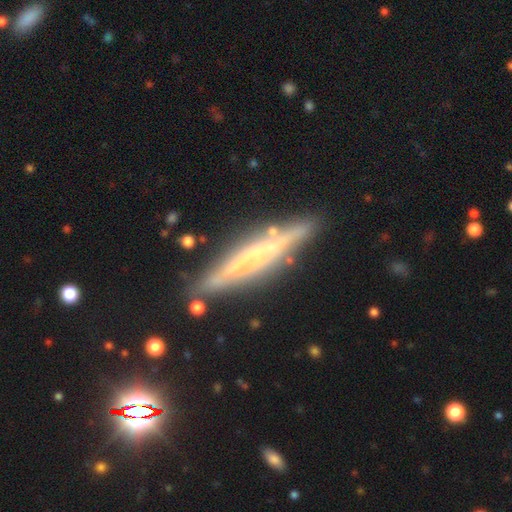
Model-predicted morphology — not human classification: type=featured or disk (72%); edge-on=yes (95%); edge-on bulge=none (51%); merging=none (84%).